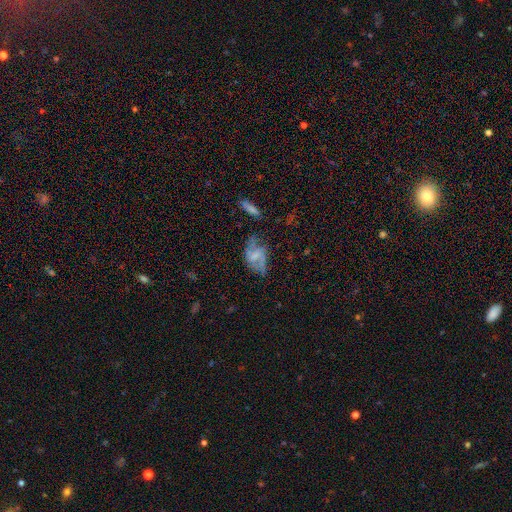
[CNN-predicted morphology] Smooth or featured: featured or disk — 51% (smooth — 38%)
Edge-on disk: no — 95% (yes — 5%)
Merging: none — 45% (minor disturbance — 28%)